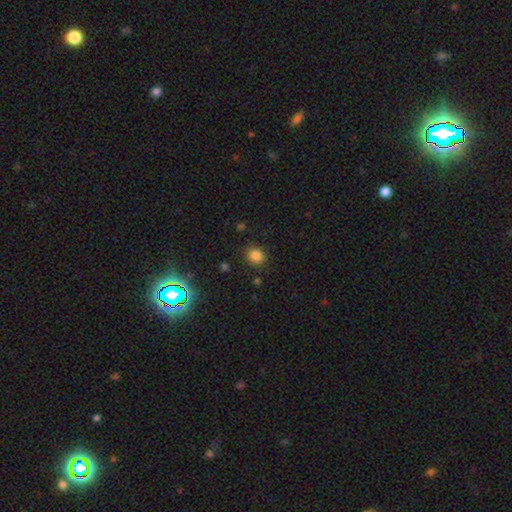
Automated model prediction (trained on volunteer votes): Q: Smooth or featured?
A: smooth (82%); runner-up: star or artifact (14%)
Q: How rounded?
A: round (69%); runner-up: in between (30%)
Q: Merging?
A: none (86%); runner-up: minor disturbance (9%)